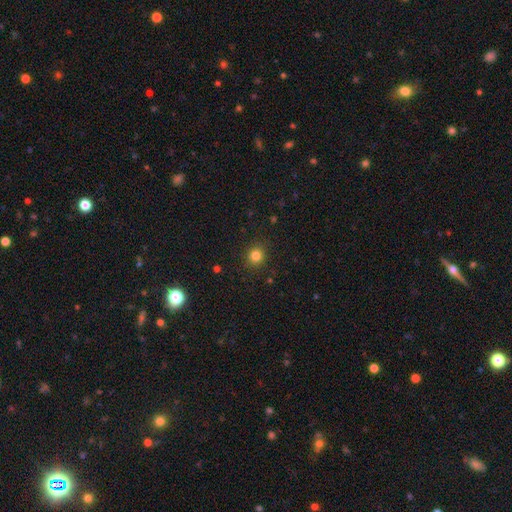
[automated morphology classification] Smooth or featured? Predicted: smooth (p=0.82). How rounded? Predicted: round (p=0.87). Merging? Predicted: none (p=0.90).